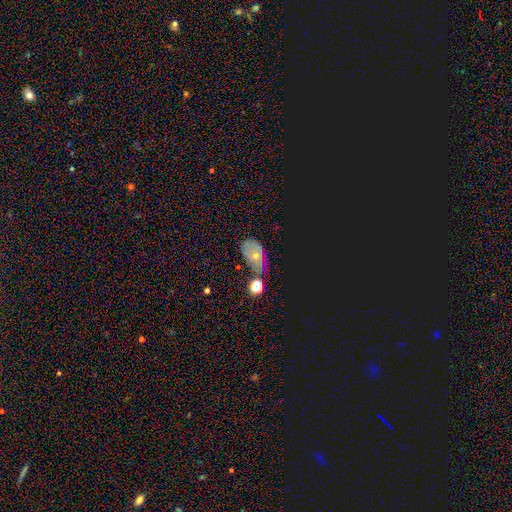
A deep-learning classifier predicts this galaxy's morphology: Q: Smooth or featured?
A: star or artifact (41%); runner-up: smooth (31%)